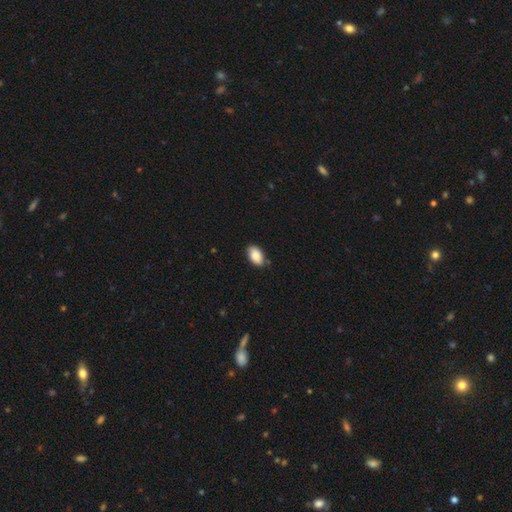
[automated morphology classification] Smooth or featured?
  - smooth: 88% *
  - star or artifact: 7%
  - featured or disk: 5%
How rounded?
  - in between: 92% *
  - round: 6%
  - cigar-shaped: 1%
Merging?
  - none: 79% *
  - minor disturbance: 17%
  - major disturbance: 2%
  - merger: 1%